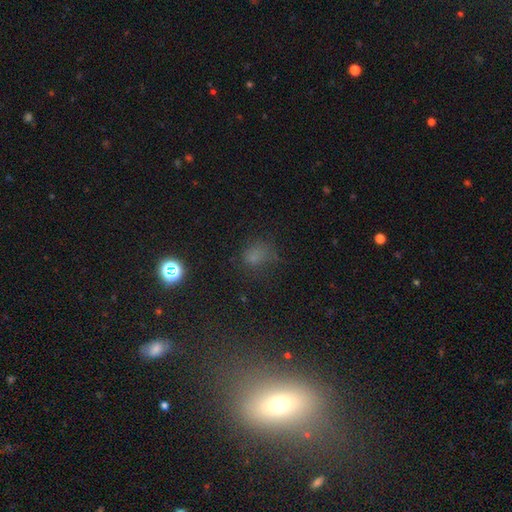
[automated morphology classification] Overall: smooth (59%; star or artifact 31%). How rounded: round (52%; in between 46%). Merging: none (57%; minor disturbance 23%).